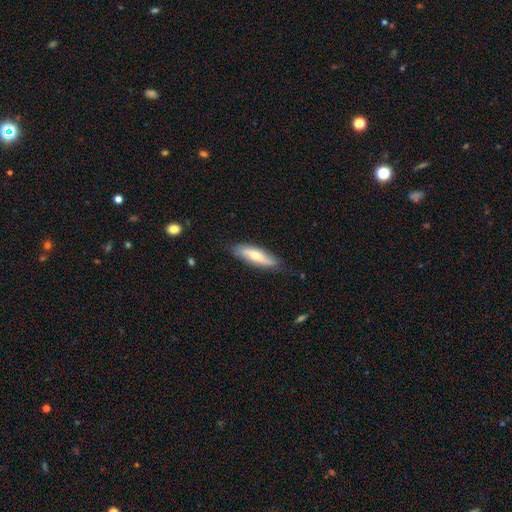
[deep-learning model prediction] A smooth galaxy with no disk features (53%) that is cigar-shaped (56%). Merging: none (76%).